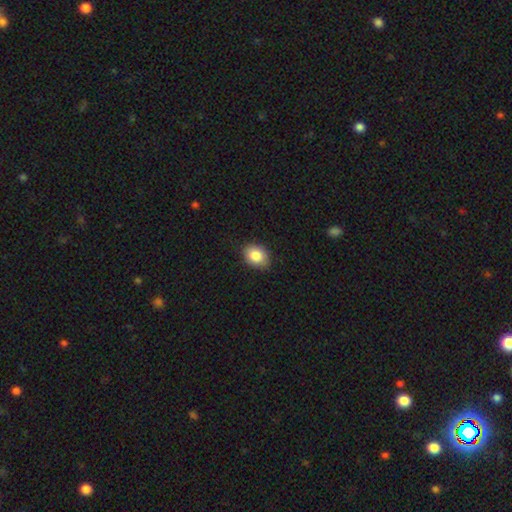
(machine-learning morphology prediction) The model was most divided on "how rounded": in between: 64%, round: 35%, cigar-shaped: 1%. More confident: merging — none (85%); smooth or featured — smooth (84%).